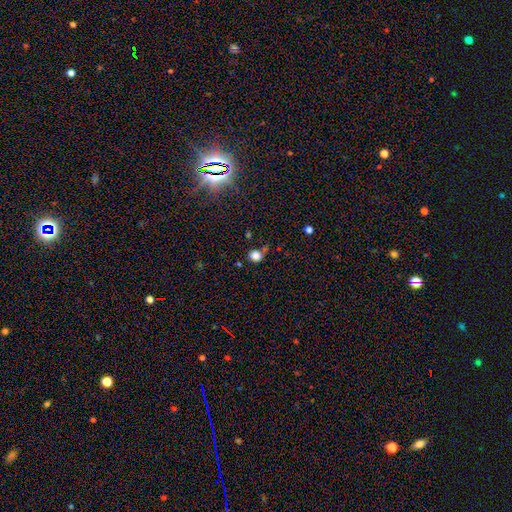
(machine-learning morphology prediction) Overall: smooth (81%). How rounded: round (82%). Merging: none (73%).